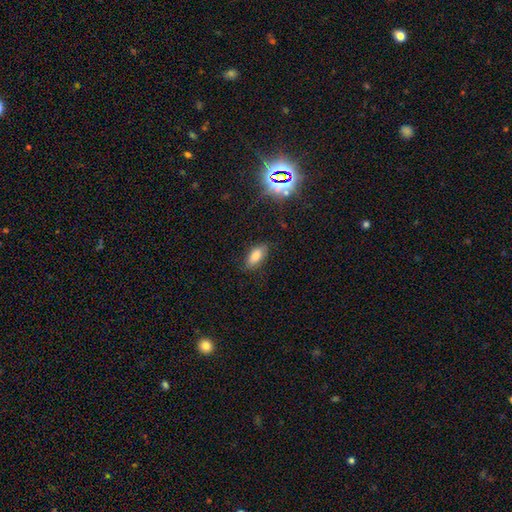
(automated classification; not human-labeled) Morphology: type=smooth (77%); roundness=in between (86%); merging=none (81%).